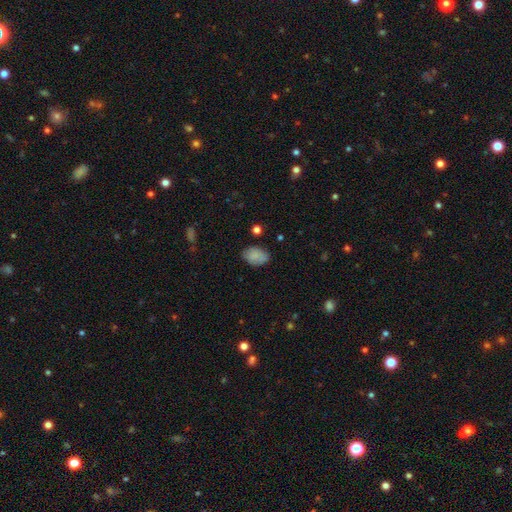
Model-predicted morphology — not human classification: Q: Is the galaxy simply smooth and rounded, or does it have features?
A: smooth — 81%.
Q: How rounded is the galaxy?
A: in between — 83%.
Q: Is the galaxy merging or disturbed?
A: none — 74%.